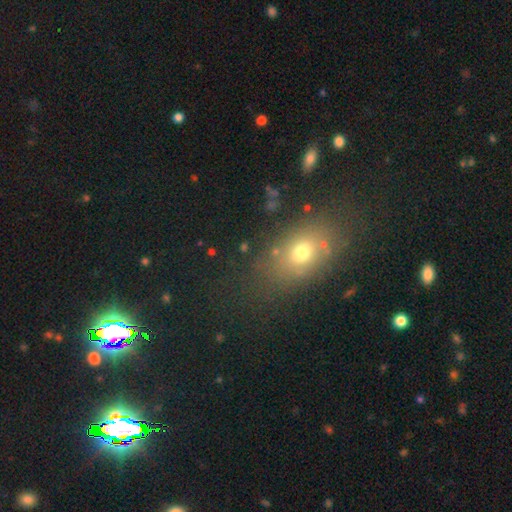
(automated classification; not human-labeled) smooth_or_featured: smooth (p=0.54) [alt: star or artifact p=0.31]
how_rounded: in between (p=0.66) [alt: round p=0.30]
merging: none (p=0.82) [alt: minor disturbance p=0.11]